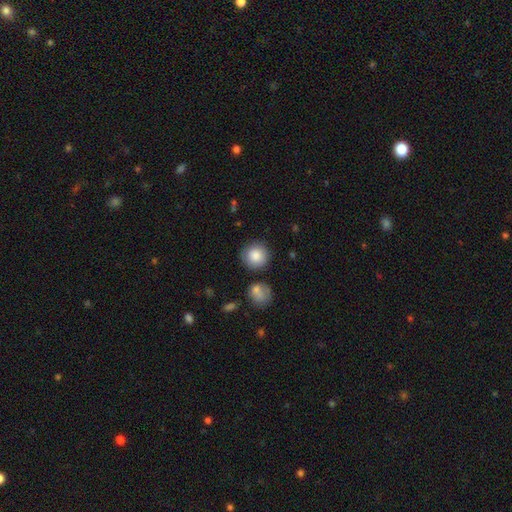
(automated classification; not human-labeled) Q: Smooth or featured?
A: smooth (86%); runner-up: star or artifact (8%)
Q: How rounded?
A: round (92%); runner-up: in between (7%)
Q: Merging?
A: none (82%); runner-up: minor disturbance (10%)